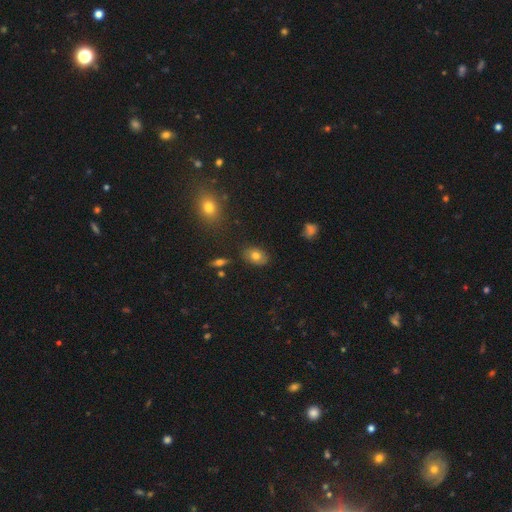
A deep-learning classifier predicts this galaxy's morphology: smooth-or-featured: smooth: 76% | featured or disk: 14% | star or artifact: 10%
  how-rounded: in between: 79% | round: 20% | cigar-shaped: 1%
  merging: none: 82% | minor disturbance: 13% | major disturbance: 3% | merger: 2%